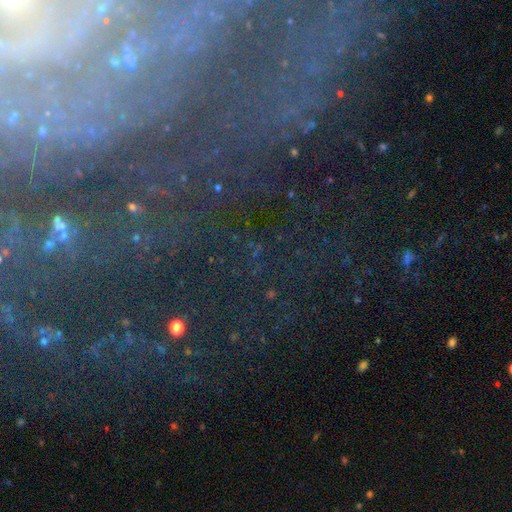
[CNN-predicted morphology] Smooth or featured? Predicted: featured or disk (p=0.51). Edge-on disk? Predicted: no (p=0.85). Merging? Predicted: none (p=0.71).